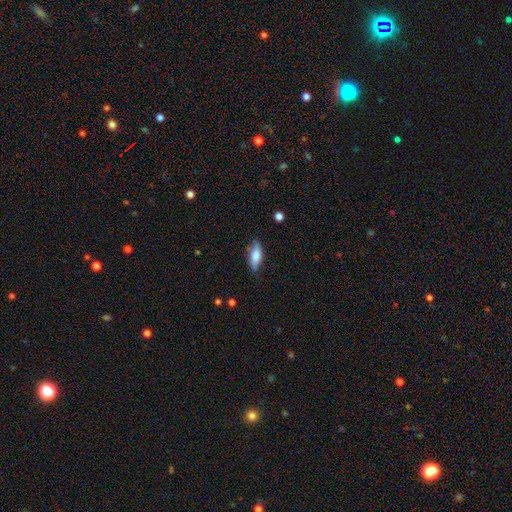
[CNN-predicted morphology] Smooth or featured? smooth (67%)
How rounded? in between (68%)
Merging? none (76%)